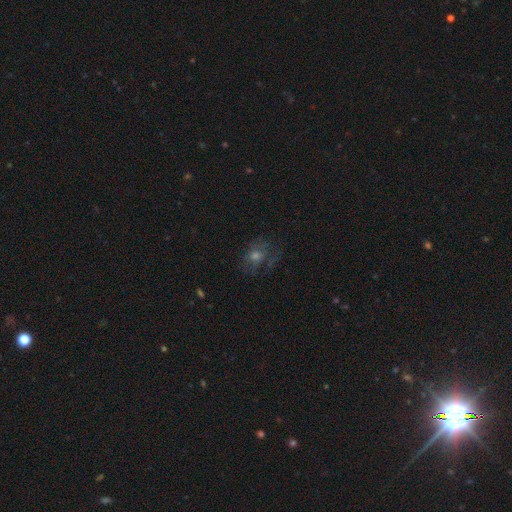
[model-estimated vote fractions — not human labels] smooth-or-featured: smooth: 39% | featured or disk: 38% | star or artifact: 23%
  merging: none: 59% | minor disturbance: 21% | major disturbance: 18% | merger: 2%